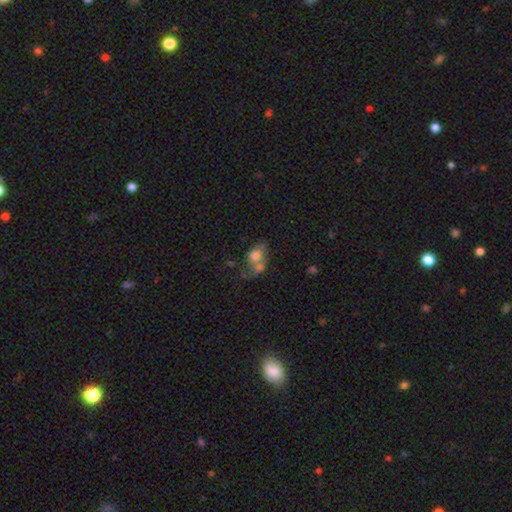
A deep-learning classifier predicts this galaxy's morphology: smooth-or-featured: smooth: 64% | featured or disk: 25% | star or artifact: 11%
  how-rounded: in between: 63% | round: 35% | cigar-shaped: 2%
  merging: merger: 53% | none: 23% | minor disturbance: 13% | major disturbance: 12%